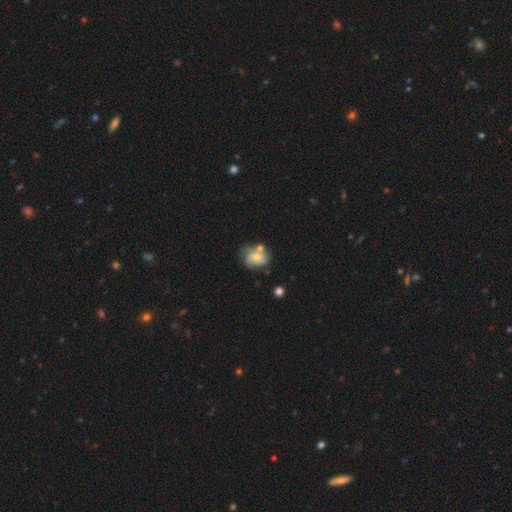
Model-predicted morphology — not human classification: A featured or disk galaxy (48%).

Vote fractions:
- Smooth or featured? featured or disk: 48% / smooth: 44% / star or artifact: 8%
- Merging? none: 43% / minor disturbance: 25% / merger: 19% / major disturbance: 13%